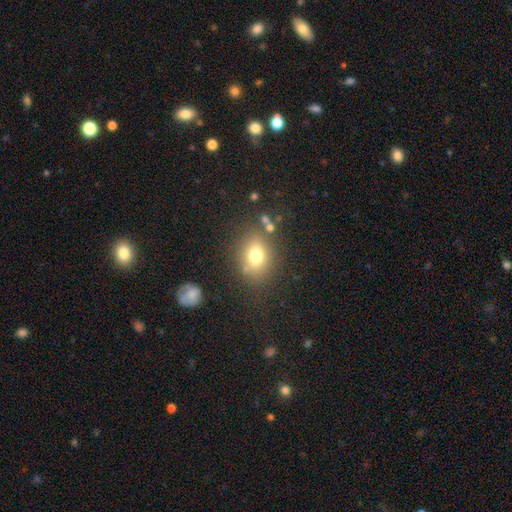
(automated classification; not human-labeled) Morphology: type=smooth (73%); roundness=in between (52%); merging=none (76%).